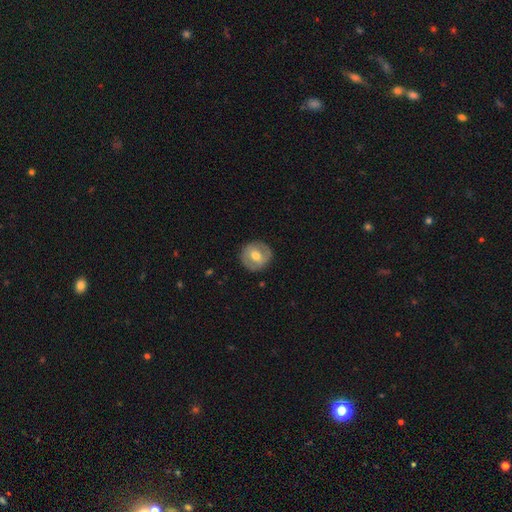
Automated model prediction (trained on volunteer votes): This is possibly a smooth galaxy (48%). Merging: clearly none (86%).